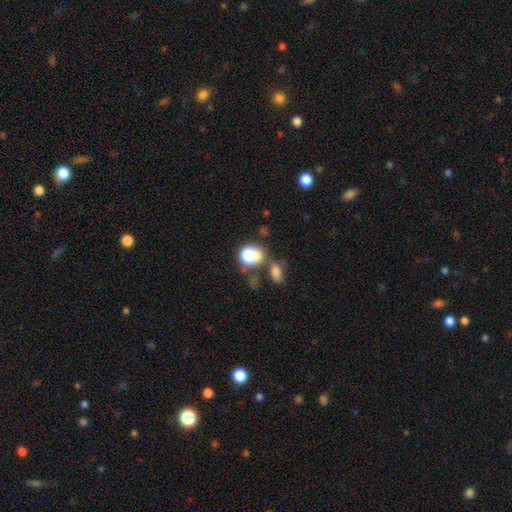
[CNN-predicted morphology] This appears to be a smooth galaxy with no disk features (69%) that is round (58%). Merging: none (44%).